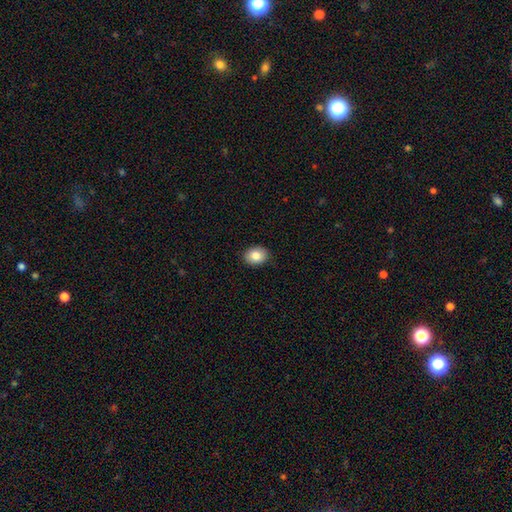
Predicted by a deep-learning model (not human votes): Smooth or featured? smooth (84%)
How rounded? in between (57%)
Merging? none (90%)